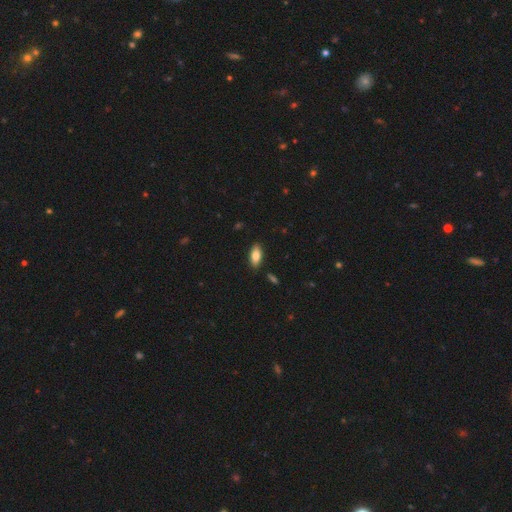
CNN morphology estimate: Smooth or featured? smooth (81%)
How rounded? in between (89%)
Merging? none (88%)